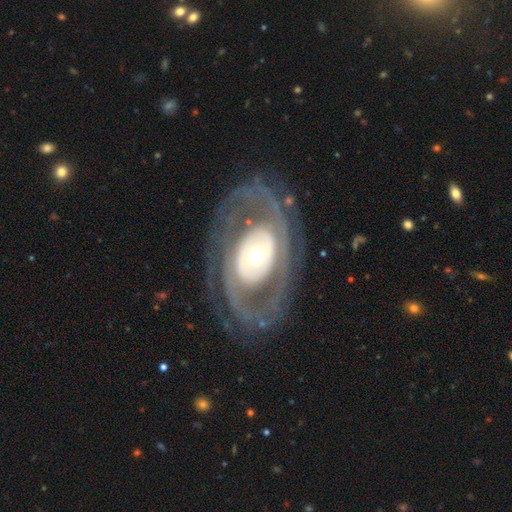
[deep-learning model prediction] Morphology: type=featured or disk (82%); edge-on=no (94%); bar=no (70%); spiral arms=yes (67%); winding=tight (51%); arm count=2 (55%); bulge=moderate (58%); merging=none (75%).